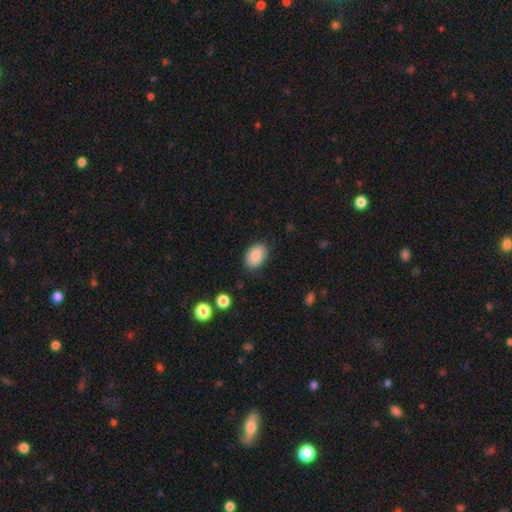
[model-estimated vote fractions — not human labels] smooth_or_featured: smooth (p=0.86) [alt: star or artifact p=0.07]
how_rounded: in between (p=0.86) [alt: round p=0.13]
merging: none (p=0.84) [alt: minor disturbance p=0.12]